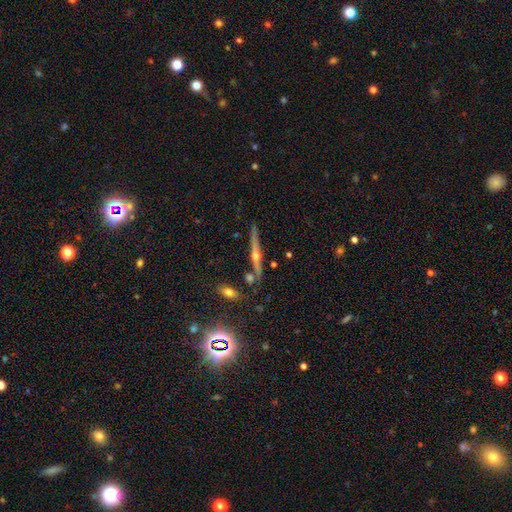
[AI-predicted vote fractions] A featured or disk galaxy (76%) viewed edge-on (97%) with a rounded central bulge (92%).

Vote fractions:
- Smooth or featured? featured or disk: 76% / smooth: 13% / star or artifact: 12%
- Edge-on disk? yes: 97% / no: 3%
- Edge-on bulge? rounded: 92% / none: 4% / boxy: 3%
- Merging? none: 82% / minor disturbance: 10% / merger: 5% / major disturbance: 3%